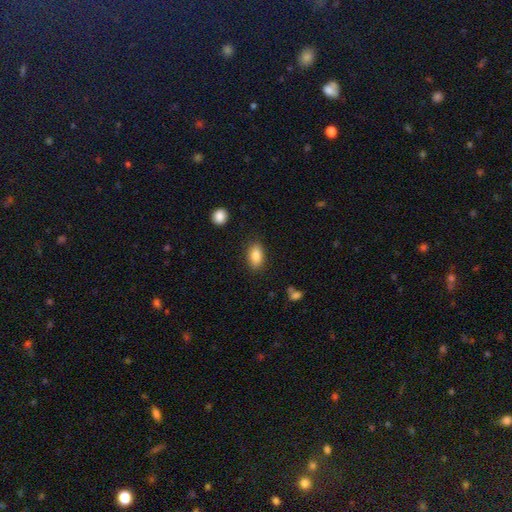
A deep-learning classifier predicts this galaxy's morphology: Q: Smooth or featured?
A: smooth (86%); runner-up: star or artifact (7%)
Q: How rounded?
A: in between (89%); runner-up: round (6%)
Q: Merging?
A: none (85%); runner-up: minor disturbance (10%)